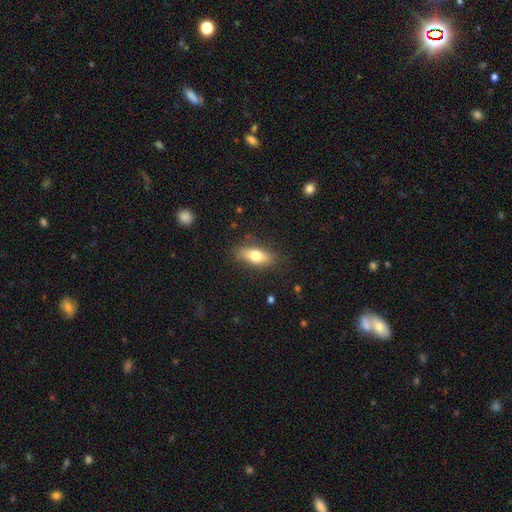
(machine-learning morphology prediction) smooth_or_featured: smooth (p=0.73) [alt: featured or disk p=0.20]
how_rounded: in between (p=0.75) [alt: cigar-shaped p=0.21]
merging: none (p=0.81) [alt: minor disturbance p=0.14]